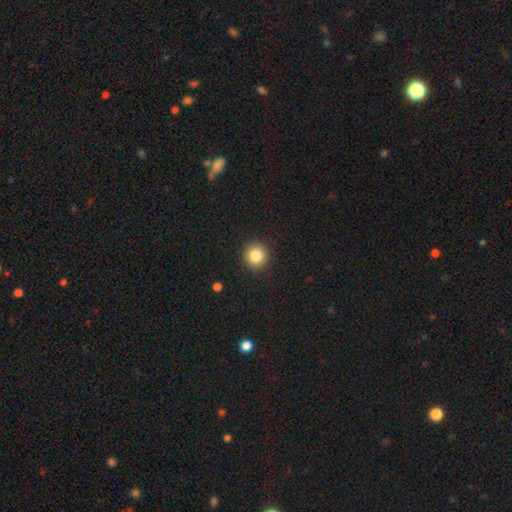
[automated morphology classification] Overall: smooth (83%). How rounded: round (93%). Merging: none (92%).